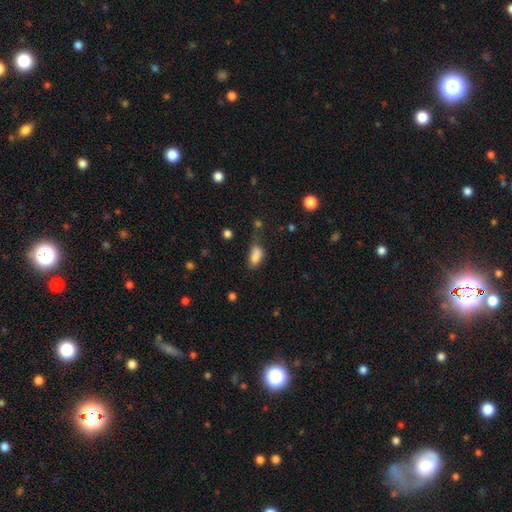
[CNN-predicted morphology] A smooth galaxy with no disk features (79%) that is in between round and cigar-shaped (86%).

Vote fractions:
- Smooth or featured? smooth: 79% / star or artifact: 11% / featured or disk: 10%
- How rounded? in between: 86% / round: 9% / cigar-shaped: 4%
- Merging? none: 34% / minor disturbance: 28% / merger: 22% / major disturbance: 17%